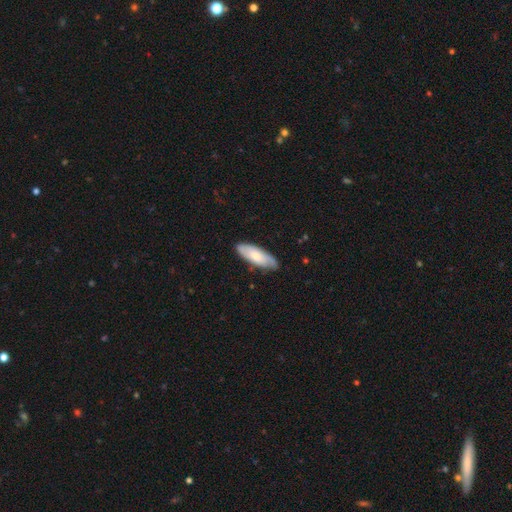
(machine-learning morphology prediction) smooth 53%, featured or disk 42%, star or artifact 5%. Down the decision tree: how rounded — in between (70%); merging — none (77%).